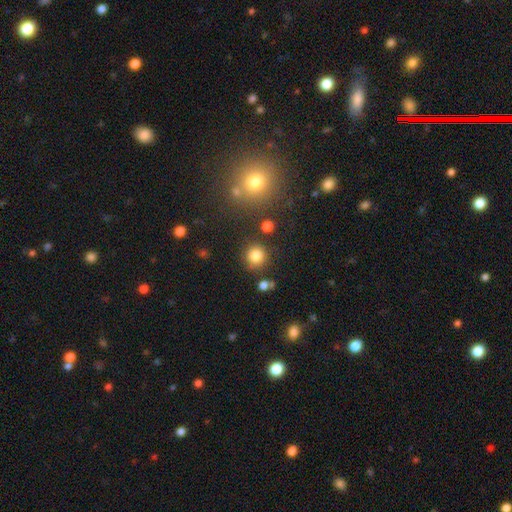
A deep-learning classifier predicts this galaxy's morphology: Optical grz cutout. It shows a smooth galaxy with no disk features (82%) that is round (92%). Merging: none (85%).